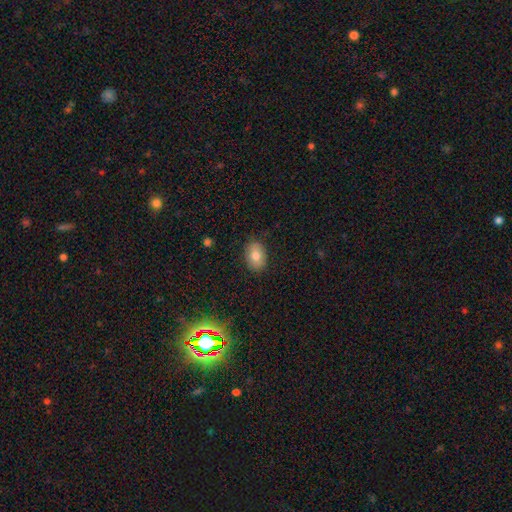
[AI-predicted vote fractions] smooth 79%, featured or disk 12%, star or artifact 9%. Down the decision tree: how rounded — in between (77%); merging — none (87%).